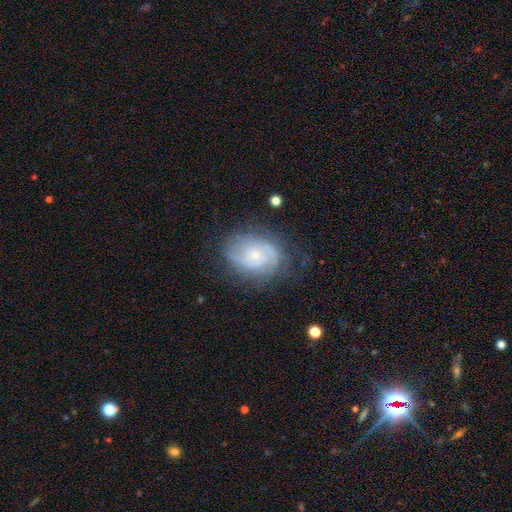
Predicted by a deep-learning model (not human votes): Smooth or featured: featured or disk — 77% (smooth — 16%)
Edge-on disk: no — 97% (yes — 3%)
Bar: no — 69% (weak — 27%)
Spiral arms: yes — 92% (no — 8%)
Spiral winding: tight — 55% (medium — 35%)
Spiral arm count: 2 — 46% (can't tell — 30%)
Bulge size: small — 66% (moderate — 27%)
Merging: none — 67% (minor disturbance — 21%)